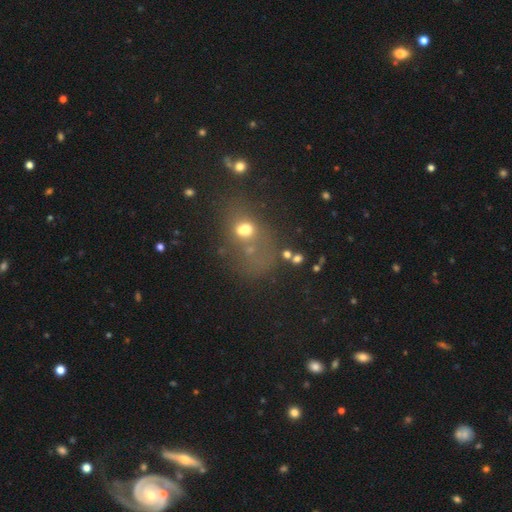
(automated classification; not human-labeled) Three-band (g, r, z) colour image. It shows a smooth galaxy with no disk features (46%). Merging: none (43%).